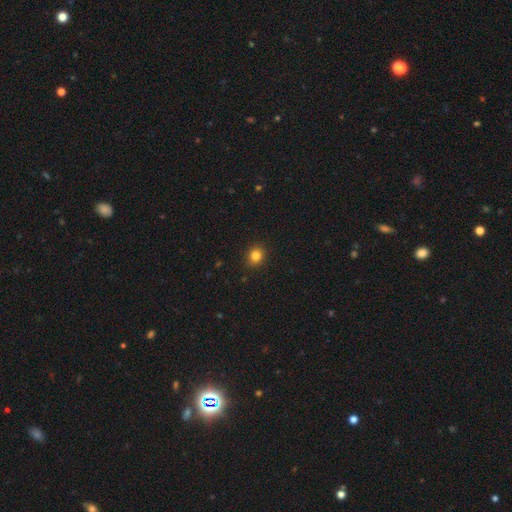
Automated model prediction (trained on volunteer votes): Overall: smooth (82%). How rounded: round (78%). Merging: none (90%).